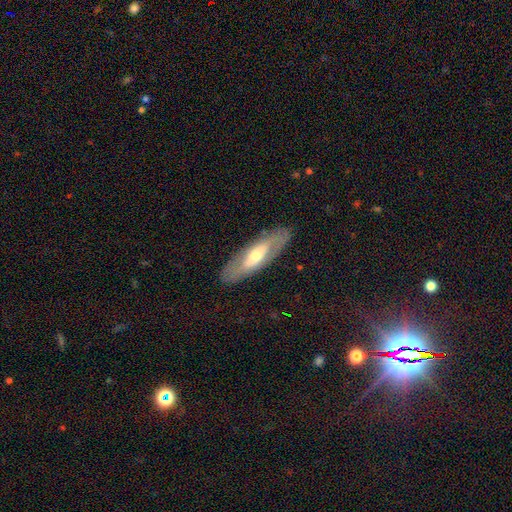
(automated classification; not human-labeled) smooth-or-featured: featured or disk: 59% | smooth: 35% | star or artifact: 6%
  disk-edge-on: no: 64% | yes: 36%
  merging: none: 86% | minor disturbance: 10% | major disturbance: 3% | merger: 1%